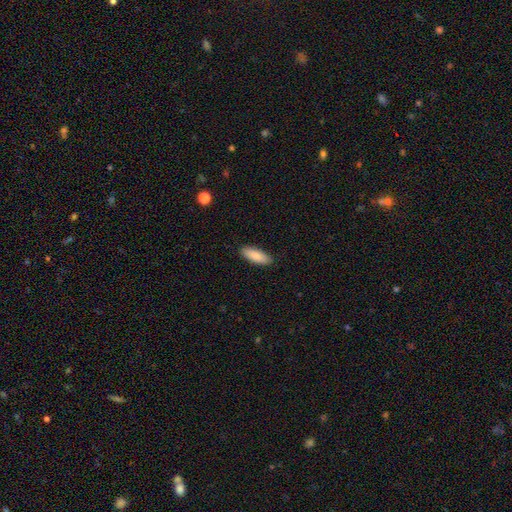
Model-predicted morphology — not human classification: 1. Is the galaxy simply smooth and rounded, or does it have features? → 87% smooth, 7% featured or disk, 6% star or artifact.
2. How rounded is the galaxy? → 69% in between, 29% cigar-shaped, 2% round.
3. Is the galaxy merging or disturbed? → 89% none, 8% minor disturbance, 2% major disturbance, 1% merger.